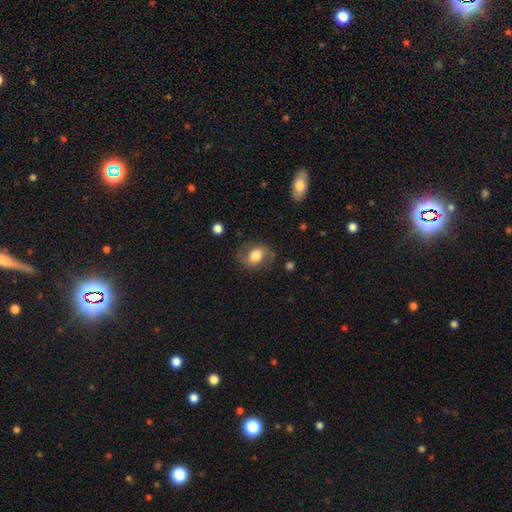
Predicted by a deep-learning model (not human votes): Overall: smooth (52%; featured or disk 40%). How rounded: in between (60%; round 39%). Merging: none (72%).